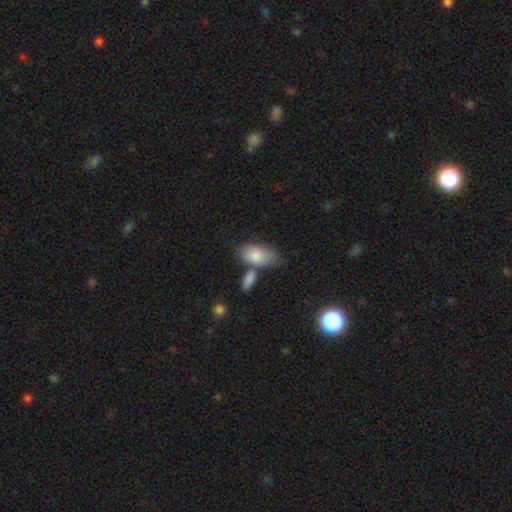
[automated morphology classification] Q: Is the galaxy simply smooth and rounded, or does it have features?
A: smooth — 83%.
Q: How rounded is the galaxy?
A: in between — 92%.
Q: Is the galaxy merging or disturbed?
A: none — 48%.